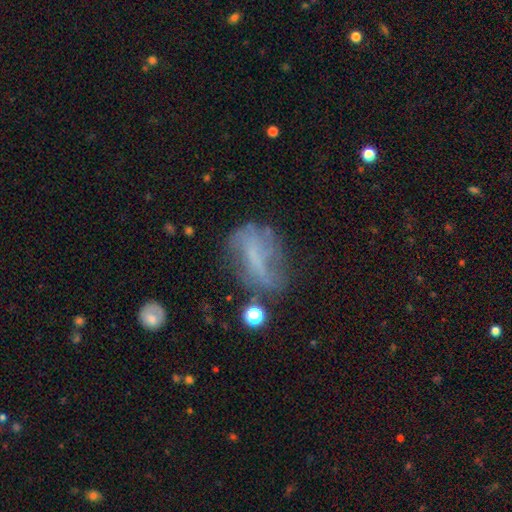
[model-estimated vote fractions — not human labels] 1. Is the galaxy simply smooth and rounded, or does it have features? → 47% featured or disk, 34% smooth, 18% star or artifact.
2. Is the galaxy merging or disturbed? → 41% none, 28% major disturbance, 25% minor disturbance, 6% merger.